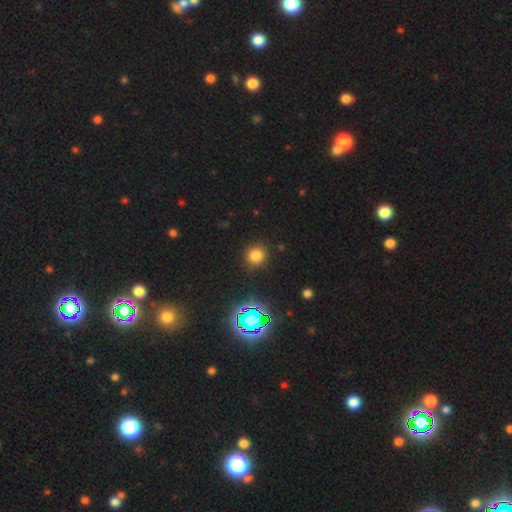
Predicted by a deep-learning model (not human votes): smooth-or-featured: smooth: 73% | star or artifact: 21% | featured or disk: 6%
  how-rounded: round: 93% | in between: 6% | cigar-shaped: 1%
  merging: none: 90% | minor disturbance: 6% | major disturbance: 2% | merger: 1%